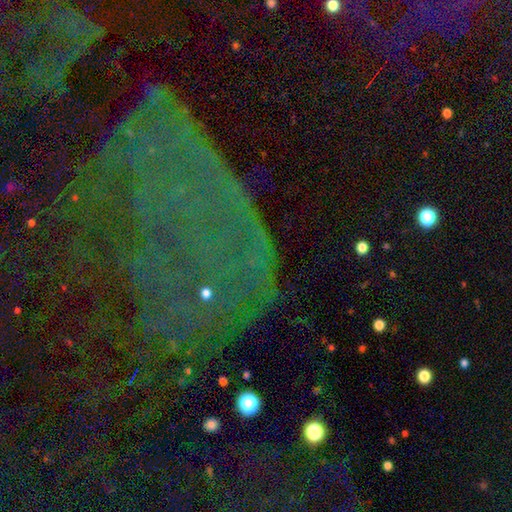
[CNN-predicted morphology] star or artifact 71%, featured or disk 16%, smooth 13%.